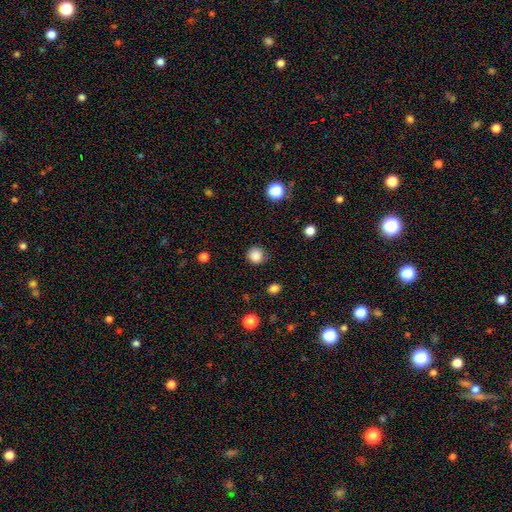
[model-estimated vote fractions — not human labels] Smooth or featured? Predicted: smooth (p=0.86). How rounded? Predicted: round (p=0.92). Merging? Predicted: none (p=0.84).